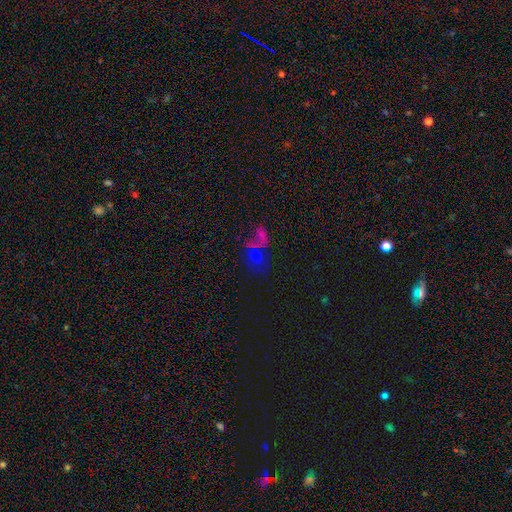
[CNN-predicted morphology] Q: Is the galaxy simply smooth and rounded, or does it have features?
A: smooth — 44%.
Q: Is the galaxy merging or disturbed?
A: merger — 48%.